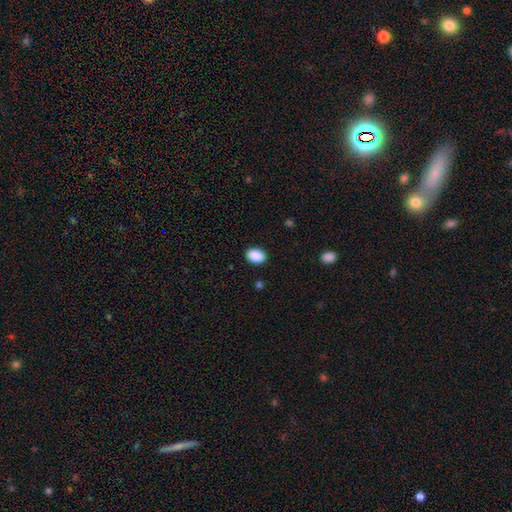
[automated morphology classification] Smooth or featured?
  - smooth: 90% *
  - star or artifact: 7%
  - featured or disk: 2%
How rounded?
  - in between: 79% *
  - round: 20%
  - cigar-shaped: 1%
Merging?
  - none: 89% *
  - minor disturbance: 8%
  - major disturbance: 2%
  - merger: 1%